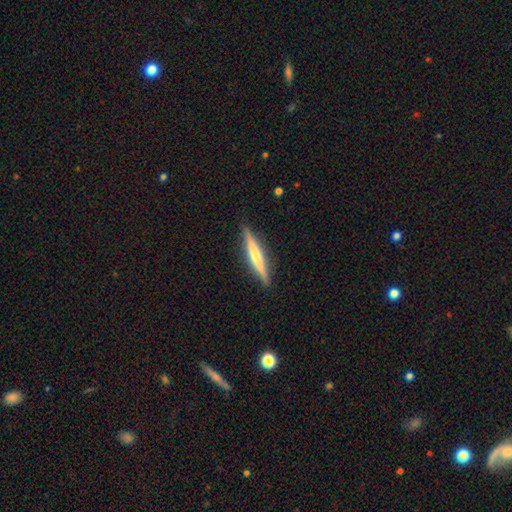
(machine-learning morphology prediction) Smooth or featured: featured or disk — 54% (smooth — 40%)
Edge-on disk: yes — 96% (no — 4%)
Edge-on bulge: rounded — 46% (none — 42%)
Merging: none — 89% (minor disturbance — 8%)